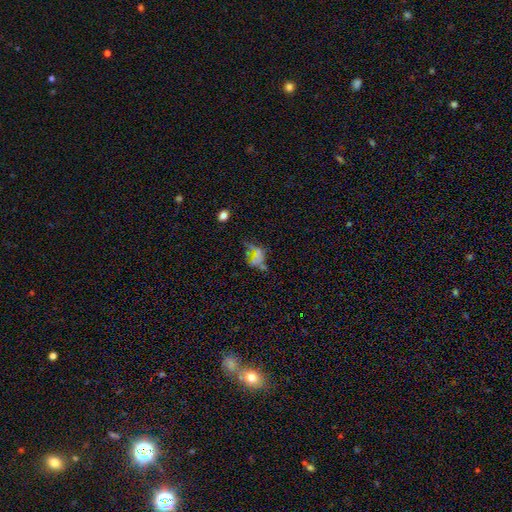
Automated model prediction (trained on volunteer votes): Overall: star or artifact (38%; smooth 34%).